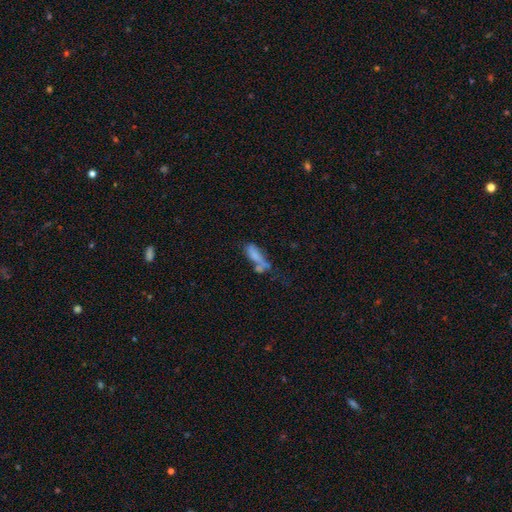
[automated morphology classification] smooth 65%, featured or disk 24%, star or artifact 11%. Down the decision tree: how rounded — in between (56%); merging — merger (39%).